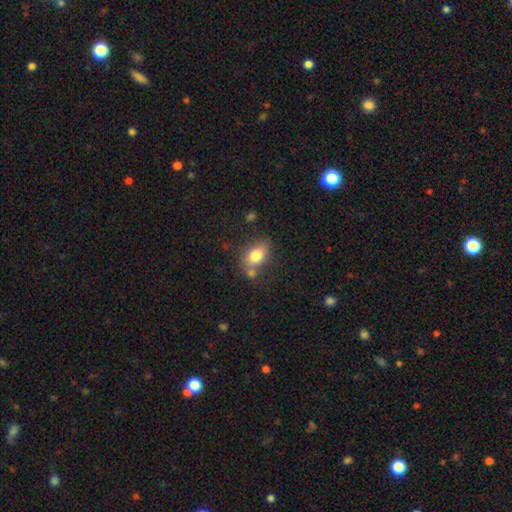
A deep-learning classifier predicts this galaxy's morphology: Smooth or featured? Predicted: smooth (p=0.80). How rounded? Predicted: in between (p=0.77). Merging? Predicted: none (p=0.61).